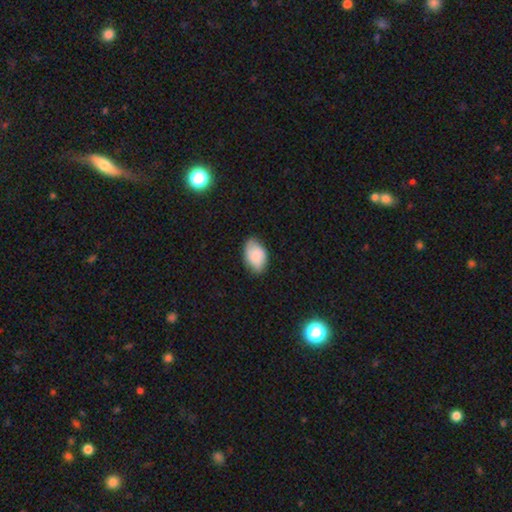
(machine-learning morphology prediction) Smooth or featured?
  - smooth: 80% *
  - featured or disk: 13%
  - star or artifact: 7%
How rounded?
  - in between: 90% *
  - round: 9%
  - cigar-shaped: 1%
Merging?
  - none: 73% *
  - minor disturbance: 22%
  - major disturbance: 4%
  - merger: 1%